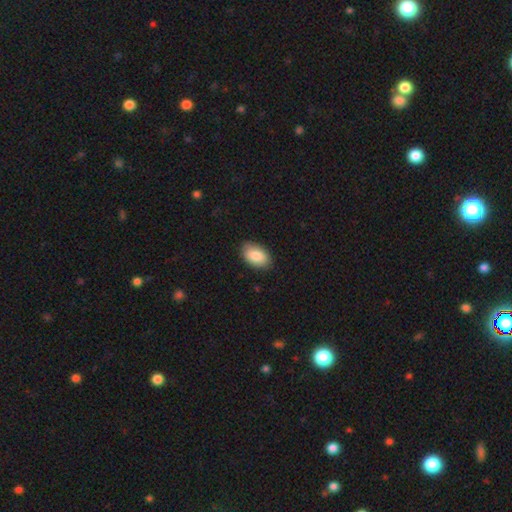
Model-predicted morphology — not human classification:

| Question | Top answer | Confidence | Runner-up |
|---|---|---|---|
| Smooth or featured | smooth | 87% | featured or disk (7%) |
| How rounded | in between | 93% | round (6%) |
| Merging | none | 86% | minor disturbance (11%) |